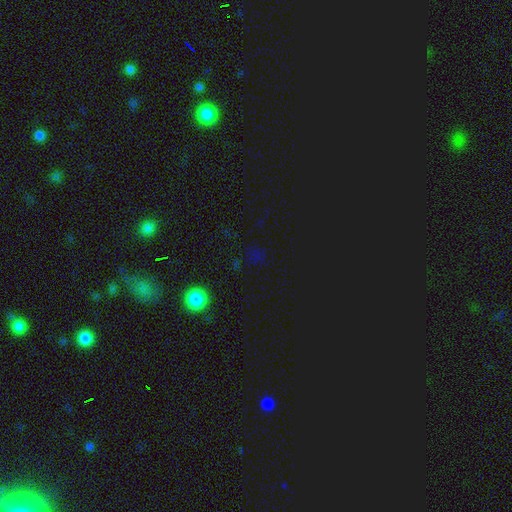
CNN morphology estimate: smooth-or-featured: star or artifact: 68% | smooth: 25% | featured or disk: 7%